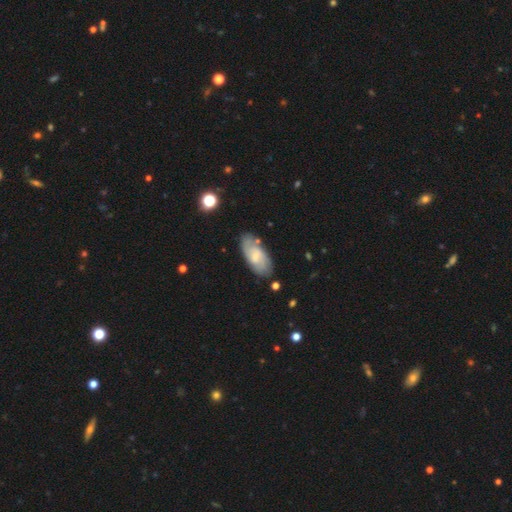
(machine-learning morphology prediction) Q: Smooth or featured?
A: featured or disk (50%); runner-up: smooth (44%)
Q: Merging?
A: none (76%); runner-up: minor disturbance (17%)